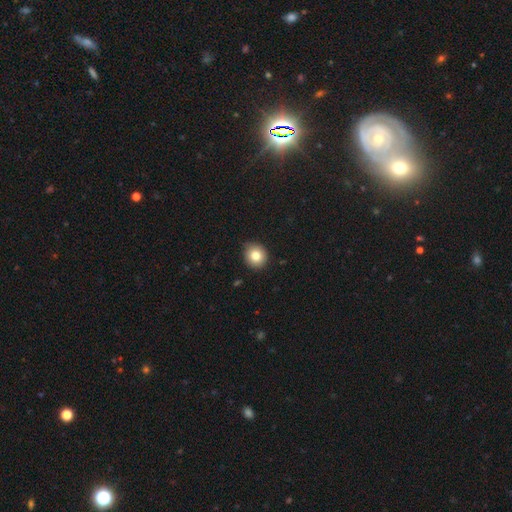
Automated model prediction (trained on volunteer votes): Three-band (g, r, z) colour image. It shows a smooth galaxy with no disk features (81%) that is round (84%). Merging: none (84%).